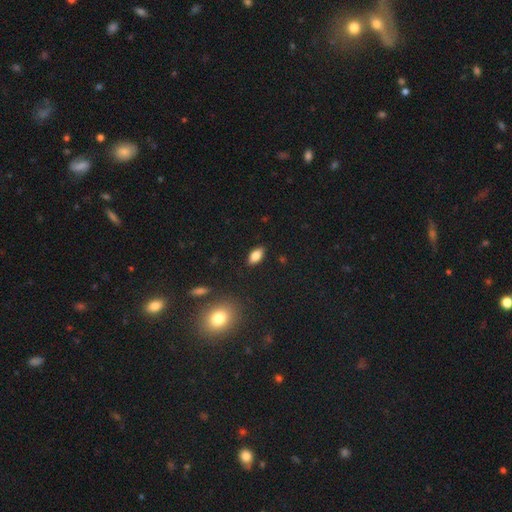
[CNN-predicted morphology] Overall: smooth (79%). How rounded: in between (88%). Merging: none (87%).